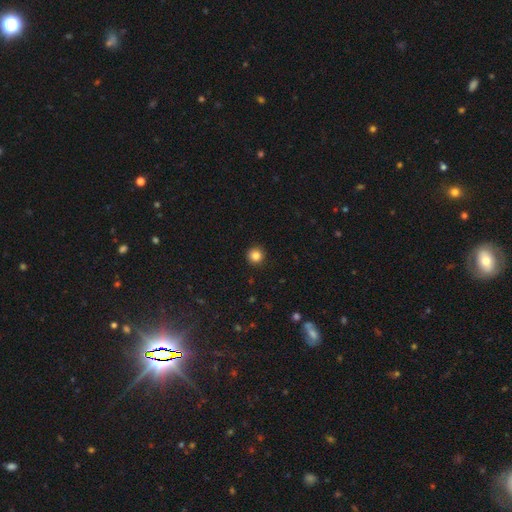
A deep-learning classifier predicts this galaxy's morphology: This is clearly a smooth galaxy (85%). How rounded: clearly round (96%). Merging: clearly none (93%).